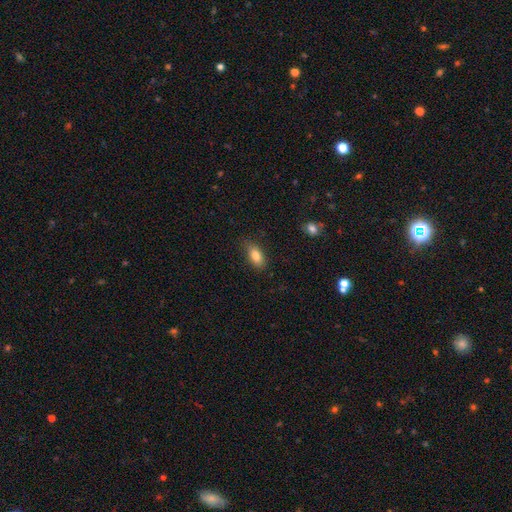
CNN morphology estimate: type=smooth (82%); roundness=in between (87%); merging=none (78%).